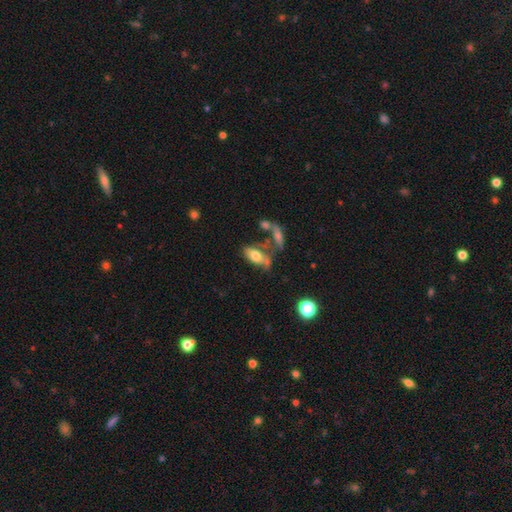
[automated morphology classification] smooth_or_featured: smooth (p=0.65) [alt: featured or disk p=0.26]
how_rounded: in between (p=0.86) [alt: cigar-shaped p=0.11]
merging: none (p=0.33) [alt: merger p=0.27]